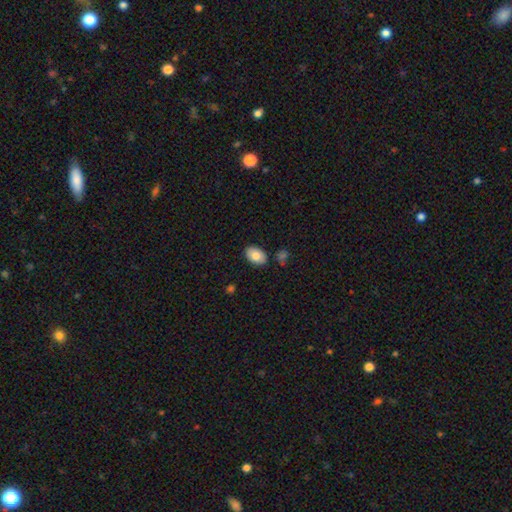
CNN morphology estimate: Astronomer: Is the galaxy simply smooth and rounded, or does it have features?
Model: smooth — 80%.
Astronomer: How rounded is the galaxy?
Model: in between — 89%.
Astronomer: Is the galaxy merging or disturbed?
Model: none — 84%.